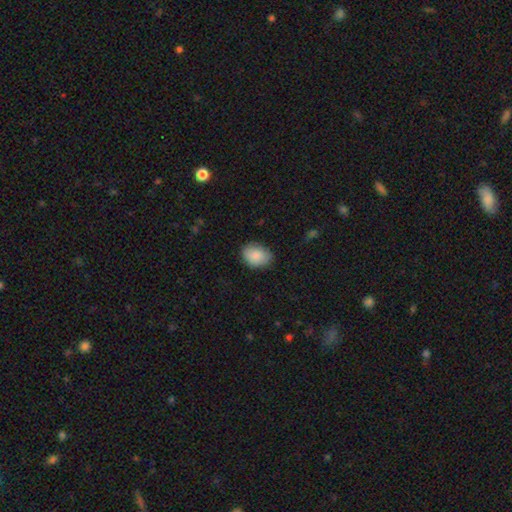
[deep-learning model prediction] Overall: smooth (88%). How rounded: in between (68%; round 31%). Merging: none (80%).